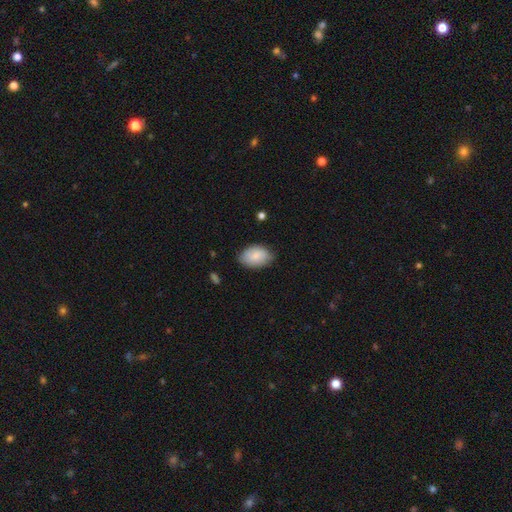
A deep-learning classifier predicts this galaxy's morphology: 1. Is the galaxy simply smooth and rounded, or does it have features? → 84% smooth, 10% featured or disk, 6% star or artifact.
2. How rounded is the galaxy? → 87% in between, 12% round, 1% cigar-shaped.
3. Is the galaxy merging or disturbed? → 76% none, 20% minor disturbance, 3% major disturbance, 1% merger.